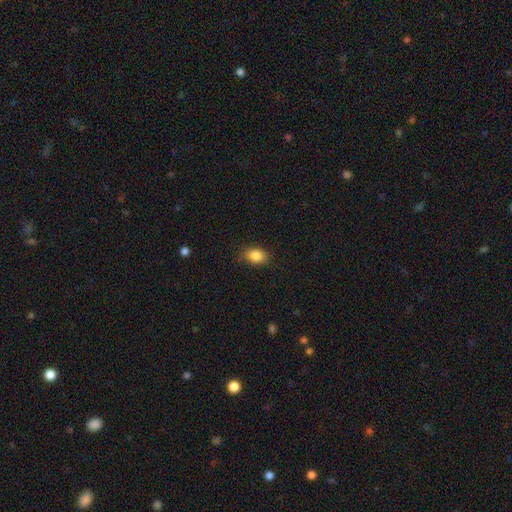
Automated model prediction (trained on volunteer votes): A smooth galaxy with no disk features (86%) that is in between round and cigar-shaped (71%). Merging: none (82%).